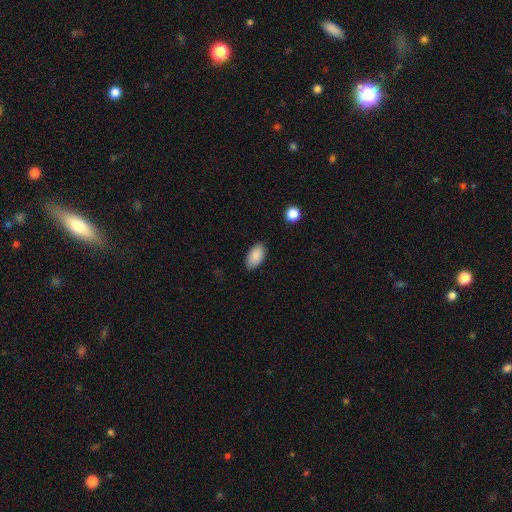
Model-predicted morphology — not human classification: The model was most divided on "merging": none: 85%, minor disturbance: 11%, major disturbance: 2%, merger: 1%. More confident: how rounded — in between (95%); smooth or featured — smooth (89%).